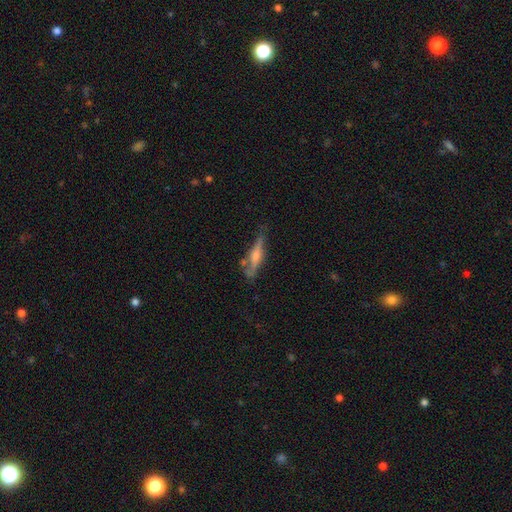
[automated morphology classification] smooth-or-featured: featured or disk: 62% | smooth: 32% | star or artifact: 7%
  disk-edge-on: yes: 88% | no: 12%
    edge-on-bulge: rounded: 80% | none: 10% | boxy: 10%
  merging: none: 60% | minor disturbance: 25% | major disturbance: 9% | merger: 6%